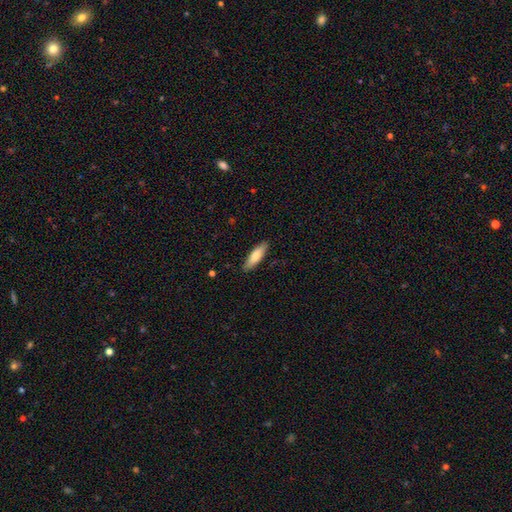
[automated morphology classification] This appears to be a smooth galaxy with no disk features (75%) that is cigar-shaped (55%). Merging: none (88%).